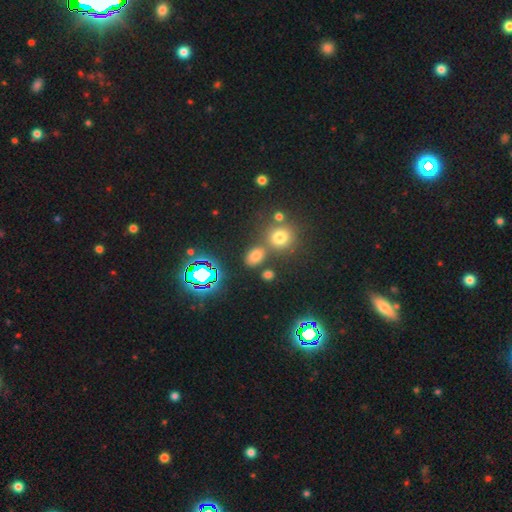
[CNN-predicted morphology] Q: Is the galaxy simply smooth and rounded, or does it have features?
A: smooth — 61%.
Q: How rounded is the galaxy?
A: in between — 61%.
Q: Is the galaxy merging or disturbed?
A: none — 74%.